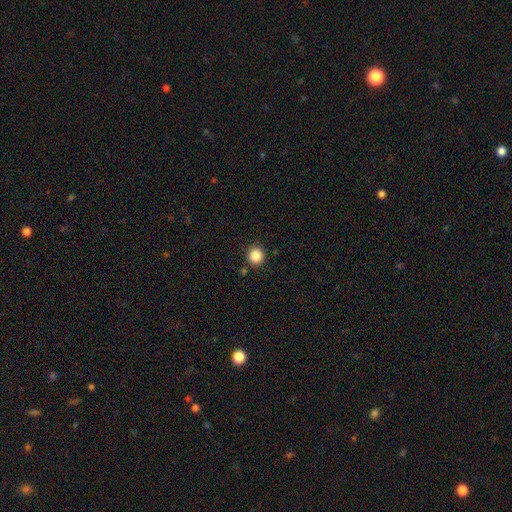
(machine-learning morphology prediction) Overall: smooth (86%). How rounded: round (91%). Merging: none (88%).